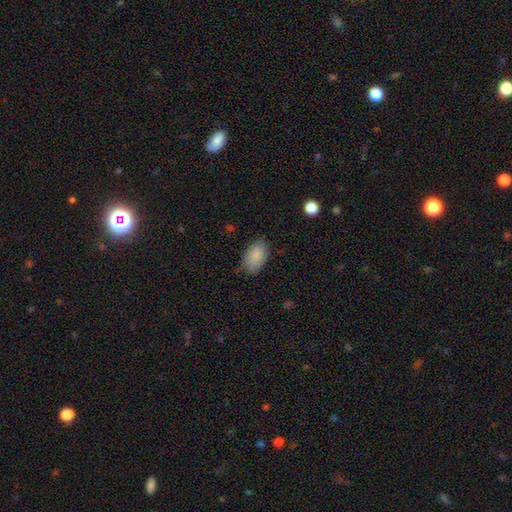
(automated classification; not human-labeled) Overall: smooth (87%). How rounded: in between (92%). Merging: none (74%).